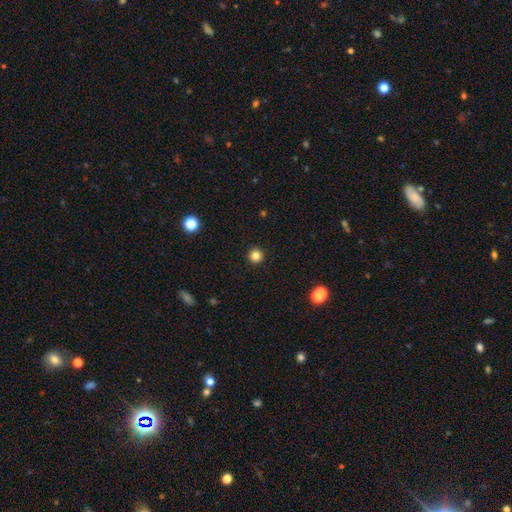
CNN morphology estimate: Smooth or featured?
  - smooth: 82% *
  - star or artifact: 13%
  - featured or disk: 5%
How rounded?
  - round: 96% *
  - in between: 3%
  - cigar-shaped: 1%
Merging?
  - none: 94% *
  - minor disturbance: 4%
  - major disturbance: 2%
  - merger: 1%